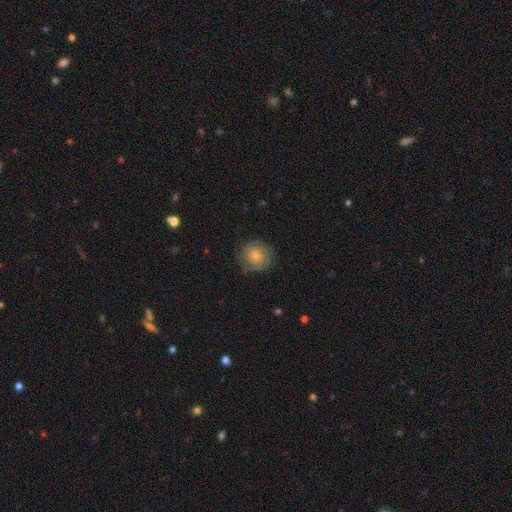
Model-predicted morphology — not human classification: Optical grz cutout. It shows a smooth galaxy with no disk features (57%) that is round (90%). Merging: none (77%).